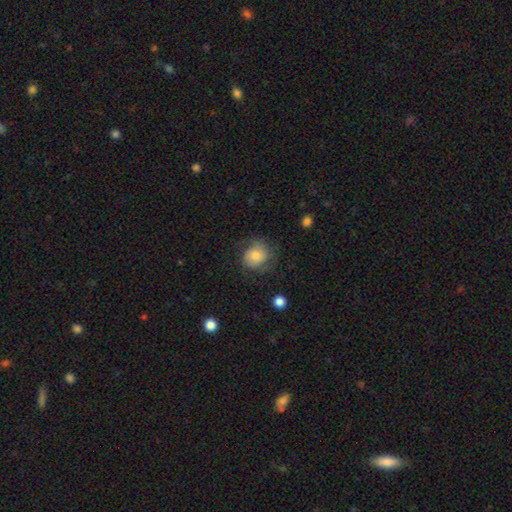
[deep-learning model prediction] This appears to be a smooth galaxy with no disk features (62%) that is round (76%). Merging: none (63%).